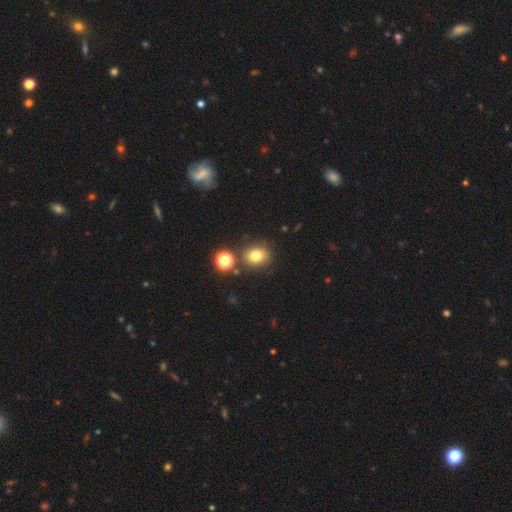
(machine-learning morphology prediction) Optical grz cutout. It shows a smooth galaxy with no disk features (77%) that is round (65%). Merging: none (77%).